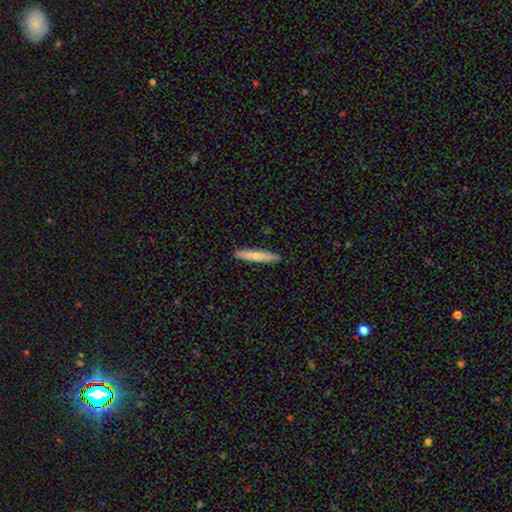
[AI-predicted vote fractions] A smooth galaxy with no disk features (76%) that is cigar-shaped (92%). Merging: none (90%).